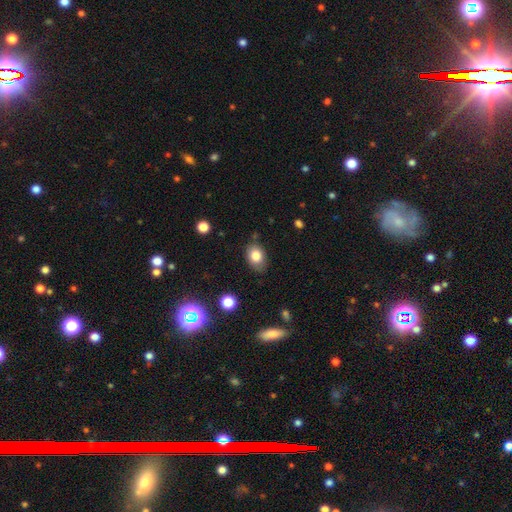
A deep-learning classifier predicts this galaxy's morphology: A smooth galaxy with no disk features (82%) that is in between round and cigar-shaped (78%). Merging: none (76%).